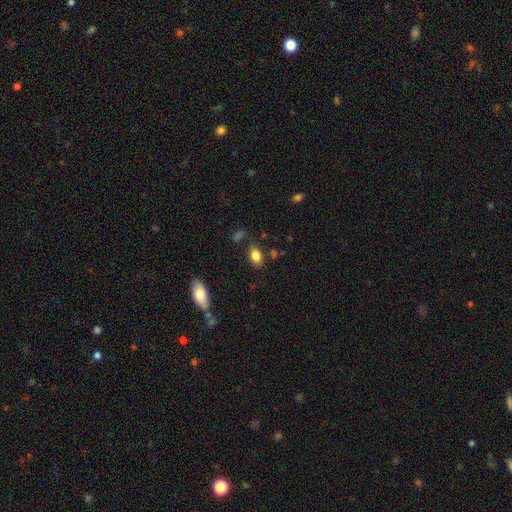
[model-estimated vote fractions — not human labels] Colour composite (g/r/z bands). It shows a smooth galaxy with no disk features (83%) that is in between round and cigar-shaped (84%). Merging: none (80%).